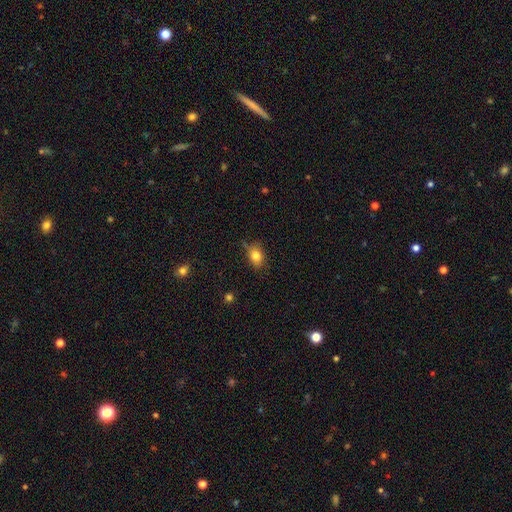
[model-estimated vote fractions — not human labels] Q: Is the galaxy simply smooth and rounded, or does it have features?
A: smooth — 80%.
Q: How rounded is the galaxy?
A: in between — 58%.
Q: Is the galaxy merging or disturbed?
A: none — 66%.